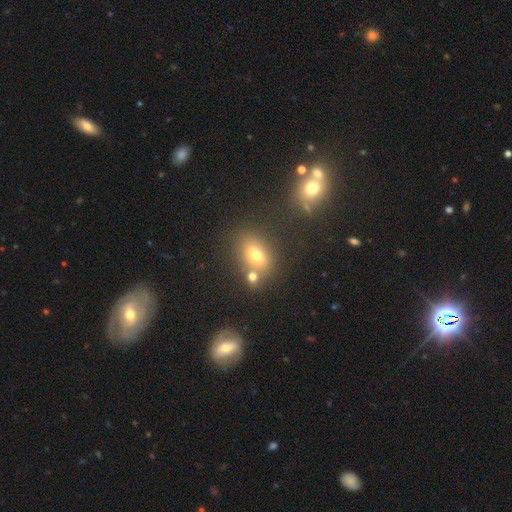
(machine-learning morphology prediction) type=smooth (66%); roundness=in between (70%); merging=none (64%).